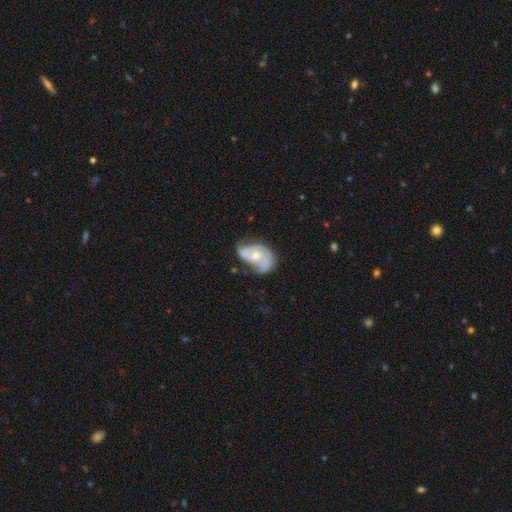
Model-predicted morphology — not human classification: A featured or disk galaxy (75%) with no bar (71%), 2 (58%) medium (44%) spiral arms (88%) and a moderate central bulge (65%). Merging: none (43%).